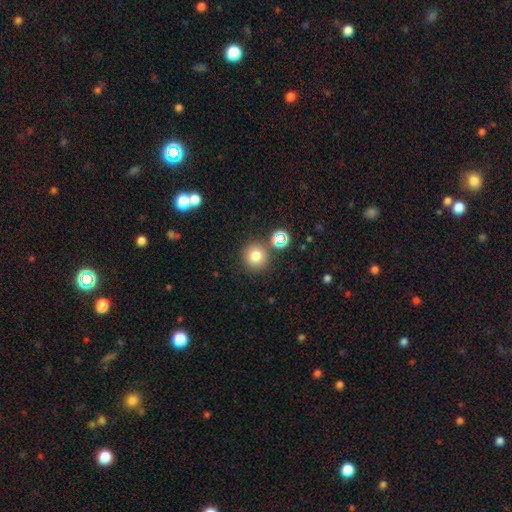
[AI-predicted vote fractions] Q: Smooth or featured?
A: smooth (77%); runner-up: star or artifact (16%)
Q: How rounded?
A: round (93%); runner-up: in between (6%)
Q: Merging?
A: none (81%); runner-up: merger (9%)